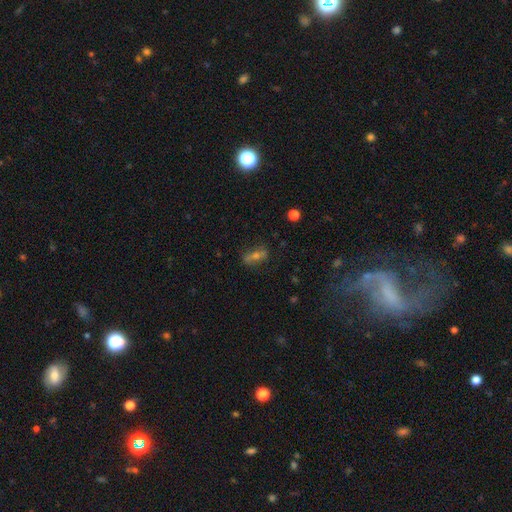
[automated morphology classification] This is marginally a smooth galaxy (40%). Merging: likely none (77%).